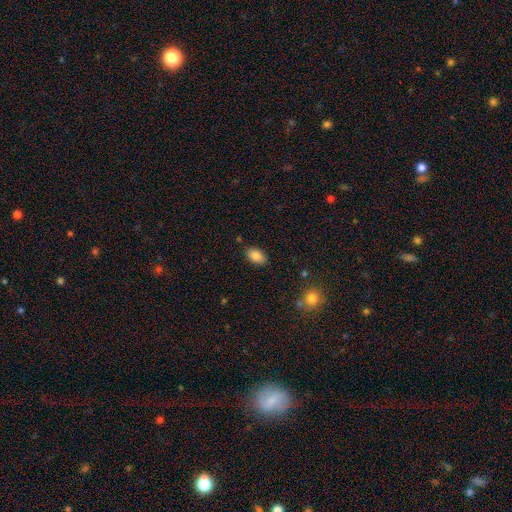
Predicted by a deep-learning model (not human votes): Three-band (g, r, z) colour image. It shows a smooth galaxy with no disk features (84%) that is in between round and cigar-shaped (91%). Merging: none (85%).